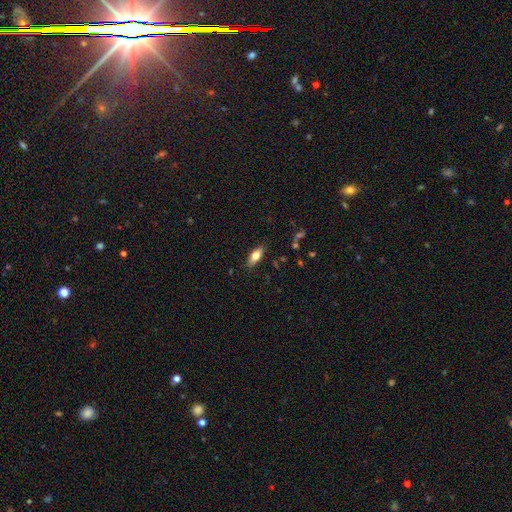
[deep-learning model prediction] smooth-or-featured: smooth: 71% | featured or disk: 22% | star or artifact: 7%
  how-rounded: in between: 80% | cigar-shaped: 17% | round: 3%
  merging: none: 85% | minor disturbance: 11% | major disturbance: 2% | merger: 1%